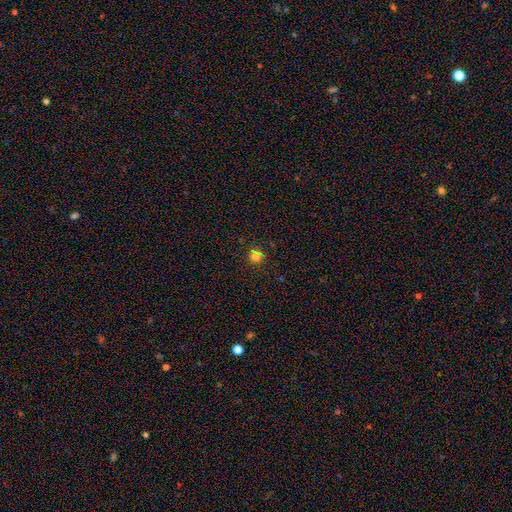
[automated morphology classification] type=smooth (77%); roundness=round (88%); merging=none (76%).